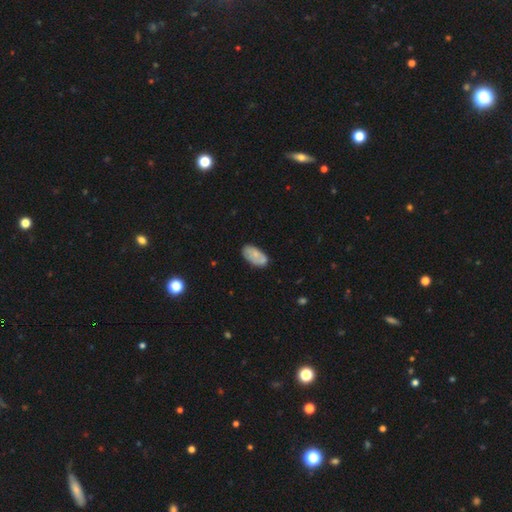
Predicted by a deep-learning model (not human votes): This is likely a smooth galaxy (70%). How rounded: clearly in between (94%). Merging: likely none (65%).